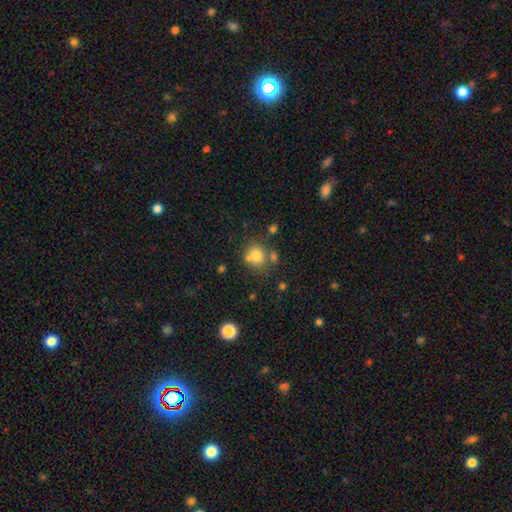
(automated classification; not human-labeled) This is likely a smooth galaxy (75%). How rounded: likely round (78%). Merging: possibly none (57%).